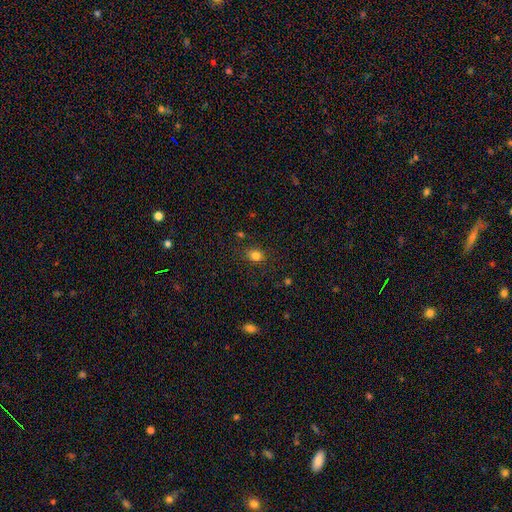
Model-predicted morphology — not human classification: Smooth or featured? Predicted: smooth (p=0.81). How rounded? Predicted: round (p=0.55). Merging? Predicted: none (p=0.82).